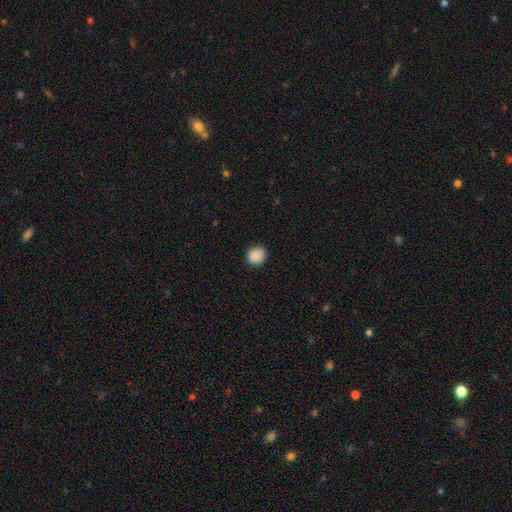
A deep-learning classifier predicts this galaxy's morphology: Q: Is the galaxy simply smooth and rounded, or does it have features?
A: smooth — 89%.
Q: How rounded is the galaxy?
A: round — 81%.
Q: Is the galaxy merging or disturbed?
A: none — 88%.